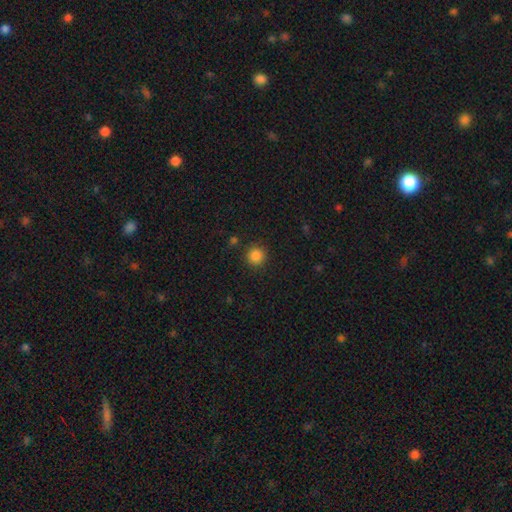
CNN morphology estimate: A smooth galaxy with no disk features (86%) that is round (94%). Merging: none (90%).